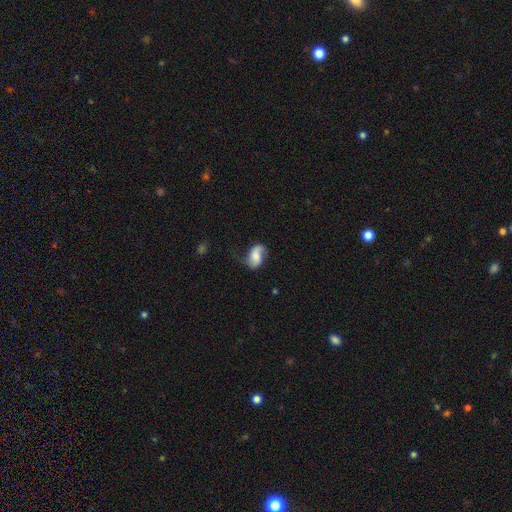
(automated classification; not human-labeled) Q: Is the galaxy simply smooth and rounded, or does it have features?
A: featured or disk — 55%.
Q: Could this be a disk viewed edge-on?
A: no — 96%.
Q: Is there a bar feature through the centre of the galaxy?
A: no — 49%.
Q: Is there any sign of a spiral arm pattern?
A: yes — 90%.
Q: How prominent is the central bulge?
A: moderate — 33%.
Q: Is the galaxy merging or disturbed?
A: none — 57%.